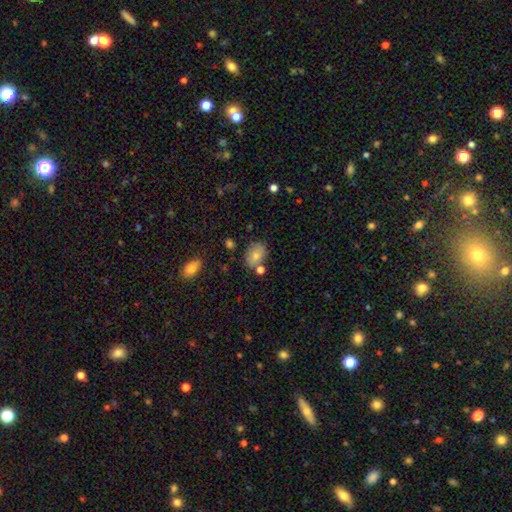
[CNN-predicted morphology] Smooth or featured? Predicted: smooth (p=0.76). How rounded? Predicted: in between (p=0.69). Merging? Predicted: none (p=0.67).